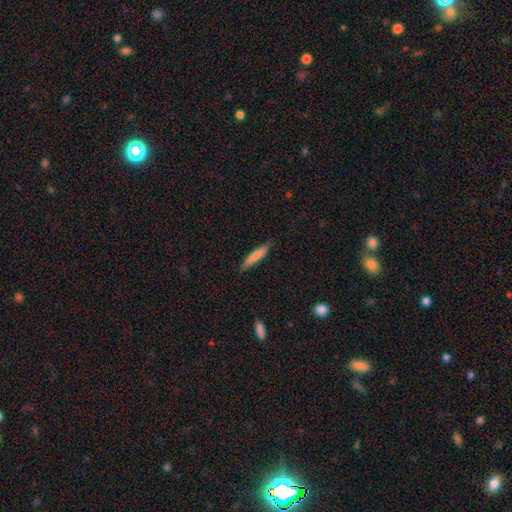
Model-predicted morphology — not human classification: Smooth or featured: smooth — 78% (featured or disk — 16%)
How rounded: cigar-shaped — 90% (in between — 8%)
Merging: none — 85% (minor disturbance — 11%)